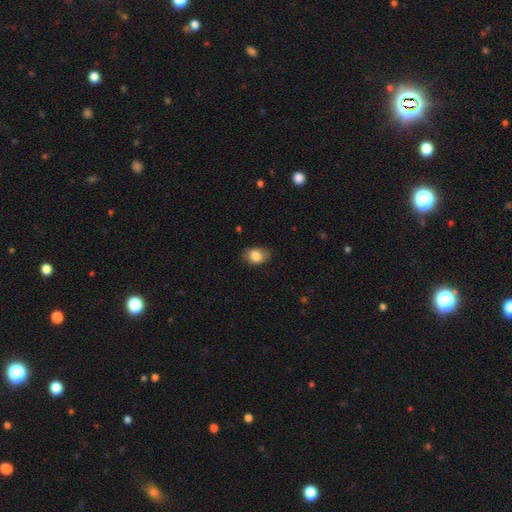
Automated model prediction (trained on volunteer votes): Q: Smooth or featured?
A: smooth (83%); runner-up: featured or disk (9%)
Q: How rounded?
A: in between (74%); runner-up: round (25%)
Q: Merging?
A: none (78%); runner-up: minor disturbance (17%)